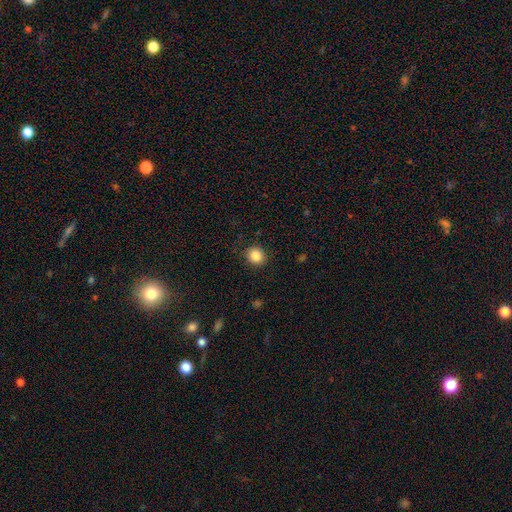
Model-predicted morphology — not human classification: A smooth galaxy with no disk features (86%) that is round (83%). Merging: none (89%).